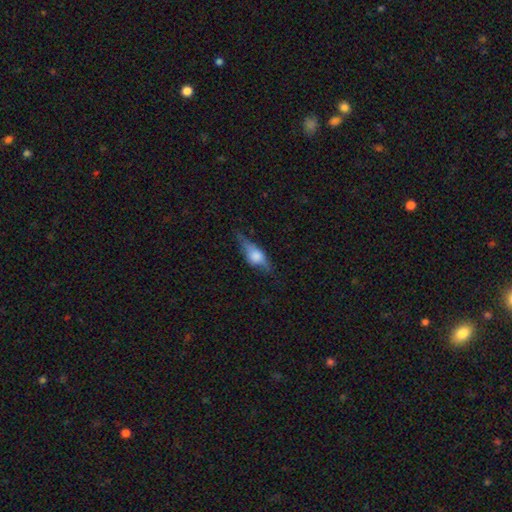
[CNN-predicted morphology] A smooth galaxy with no disk features (47%). Merging: none (57%).